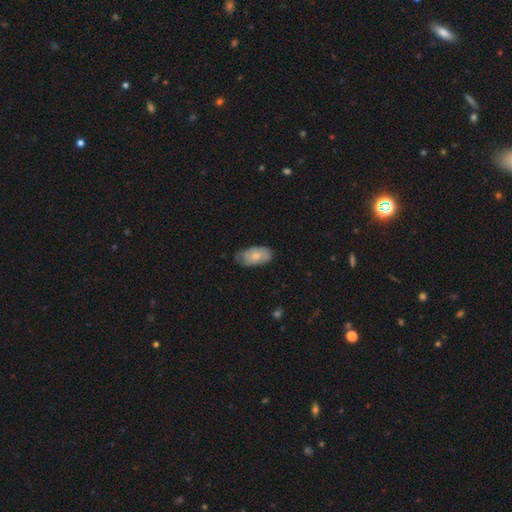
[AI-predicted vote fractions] This appears to be a smooth galaxy with no disk features (60%) that is in between round and cigar-shaped (93%). Merging: none (59%).